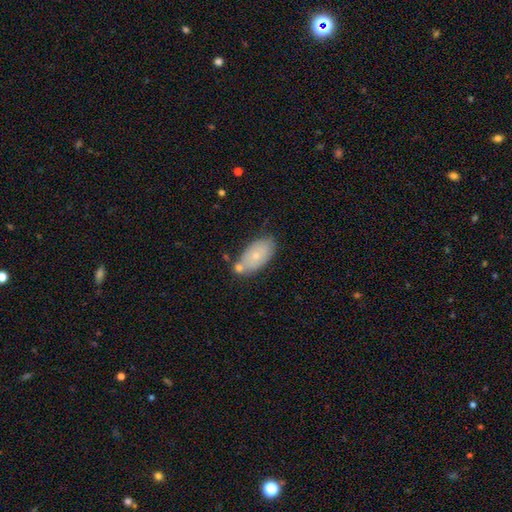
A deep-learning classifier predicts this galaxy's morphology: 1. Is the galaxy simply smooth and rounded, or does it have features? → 66% smooth, 26% featured or disk, 8% star or artifact.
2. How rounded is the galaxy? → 92% in between, 4% round, 4% cigar-shaped.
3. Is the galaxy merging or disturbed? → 58% none, 19% minor disturbance, 19% merger, 4% major disturbance.